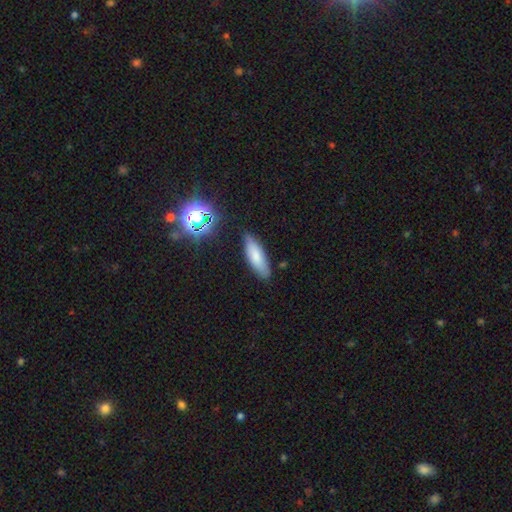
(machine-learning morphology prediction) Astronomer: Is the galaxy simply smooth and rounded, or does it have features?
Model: smooth — 75%.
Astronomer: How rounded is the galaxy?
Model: in between — 54% (runner-up: cigar-shaped, 44%).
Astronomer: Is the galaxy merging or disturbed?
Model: none — 80%.